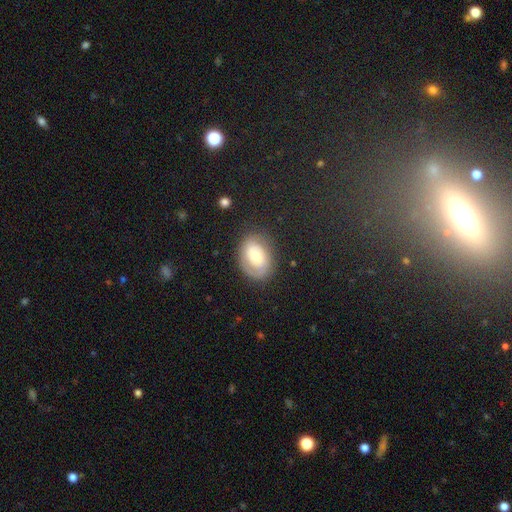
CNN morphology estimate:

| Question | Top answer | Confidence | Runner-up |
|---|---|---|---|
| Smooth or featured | featured or disk | 49% | smooth (43%) |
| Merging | none | 76% | minor disturbance (16%) |